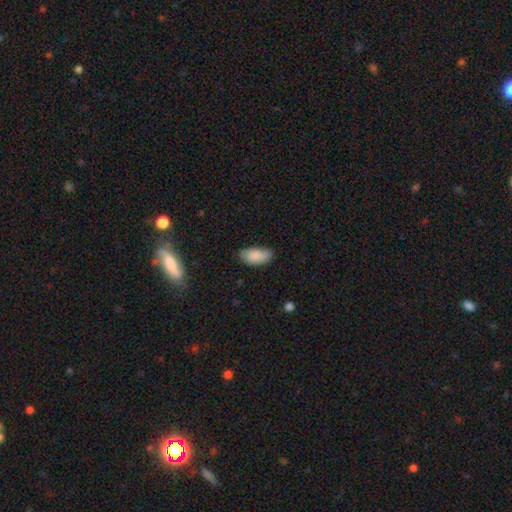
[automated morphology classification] Overall: smooth (85%). How rounded: in between (93%). Merging: none (68%).